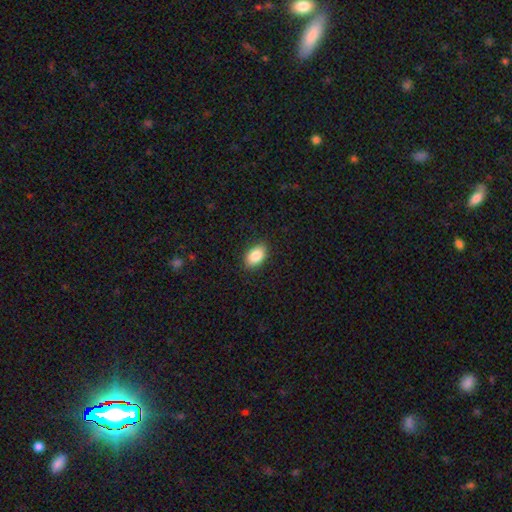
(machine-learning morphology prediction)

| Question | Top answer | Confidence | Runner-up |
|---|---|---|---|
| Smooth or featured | smooth | 86% | star or artifact (7%) |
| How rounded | in between | 90% | round (9%) |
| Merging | none | 88% | minor disturbance (9%) |